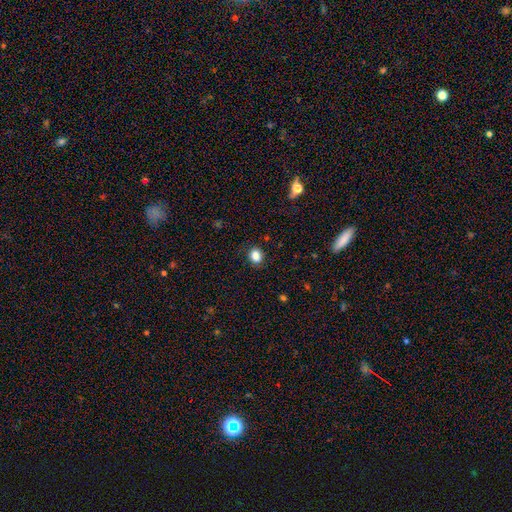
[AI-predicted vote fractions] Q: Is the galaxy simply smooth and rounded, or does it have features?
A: smooth — 85%.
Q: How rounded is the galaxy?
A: round — 55%.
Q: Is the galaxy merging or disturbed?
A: none — 87%.